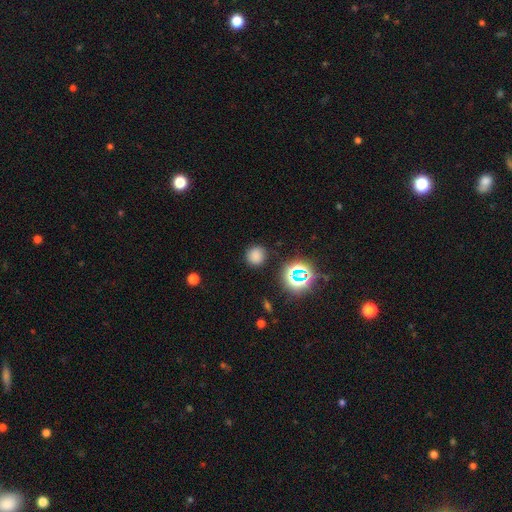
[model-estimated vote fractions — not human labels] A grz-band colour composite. It shows a smooth galaxy with no disk features (74%) that is round (89%). Merging: none (86%).